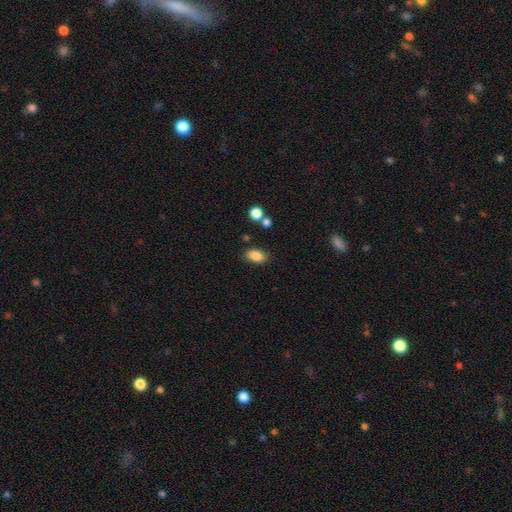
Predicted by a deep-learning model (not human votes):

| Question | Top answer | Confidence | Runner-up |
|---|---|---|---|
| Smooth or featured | smooth | 86% | star or artifact (9%) |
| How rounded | in between | 89% | round (8%) |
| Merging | none | 83% | minor disturbance (11%) |